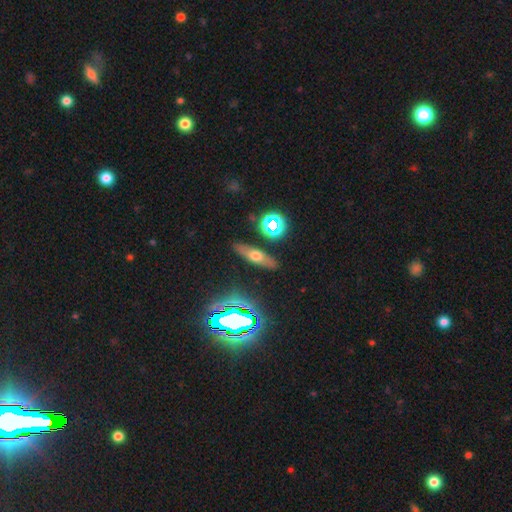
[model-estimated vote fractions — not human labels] The model was most divided on "smooth or featured": smooth: 47%, featured or disk: 35%, star or artifact: 17%. More confident: merging — none (84%).